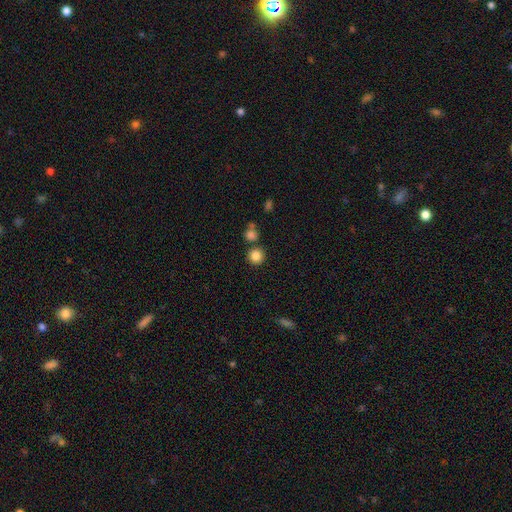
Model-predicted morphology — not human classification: This appears to be a smooth galaxy with no disk features (84%) that is round (94%). Merging: none (80%).